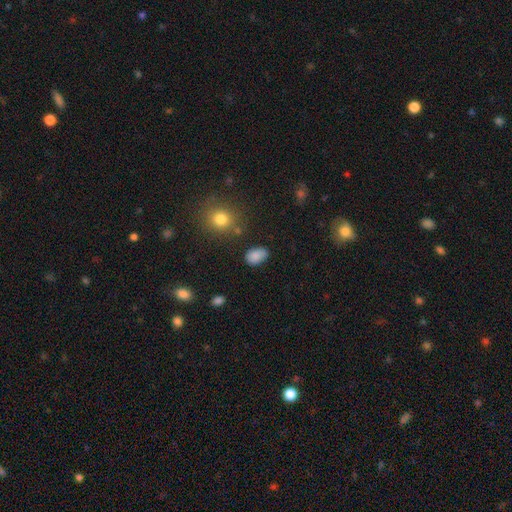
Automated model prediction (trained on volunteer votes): Morphology: type=smooth (82%); roundness=in between (86%); merging=none (67%).